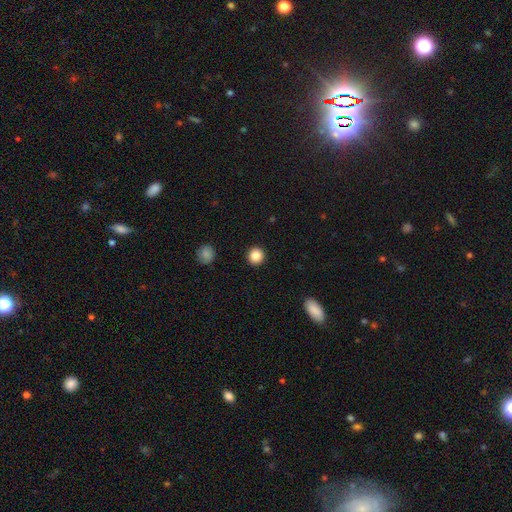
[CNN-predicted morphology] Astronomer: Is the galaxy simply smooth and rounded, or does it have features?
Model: smooth — 86%.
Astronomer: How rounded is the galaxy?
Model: round — 93%.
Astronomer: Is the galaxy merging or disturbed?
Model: none — 93%.